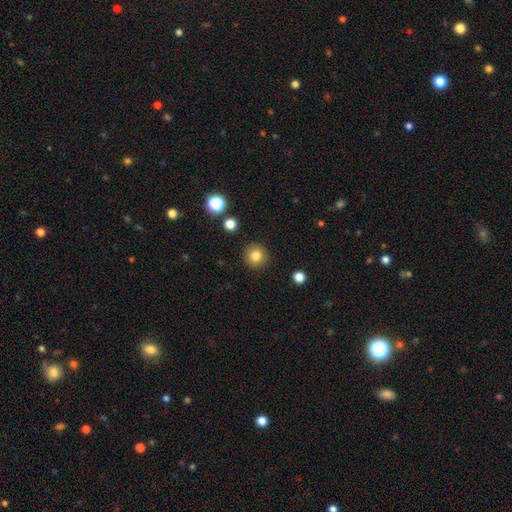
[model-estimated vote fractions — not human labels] The model was most divided on "smooth or featured": smooth: 82%, star or artifact: 11%, featured or disk: 7%. More confident: how rounded — round (94%); merging — none (91%).